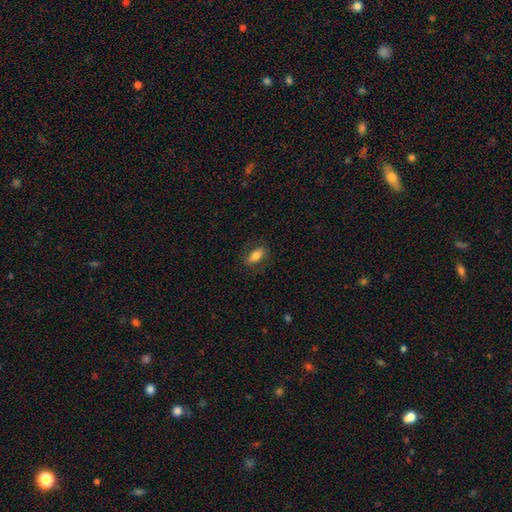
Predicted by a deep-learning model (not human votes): Smooth or featured: smooth — 74% (featured or disk — 19%)
How rounded: in between — 78% (cigar-shaped — 17%)
Merging: none — 80% (minor disturbance — 14%)